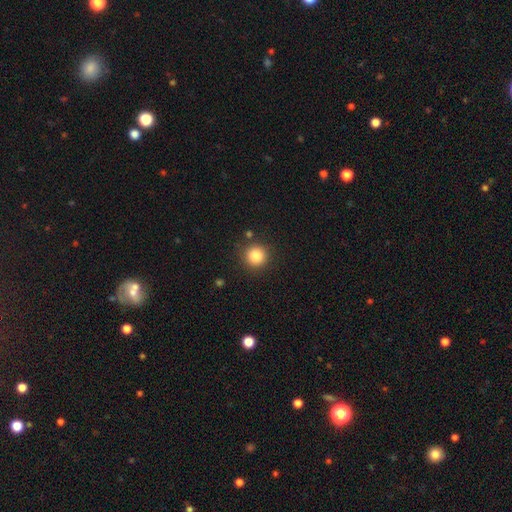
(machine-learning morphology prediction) This is clearly a smooth galaxy (85%). How rounded: clearly round (94%). Merging: clearly none (87%).